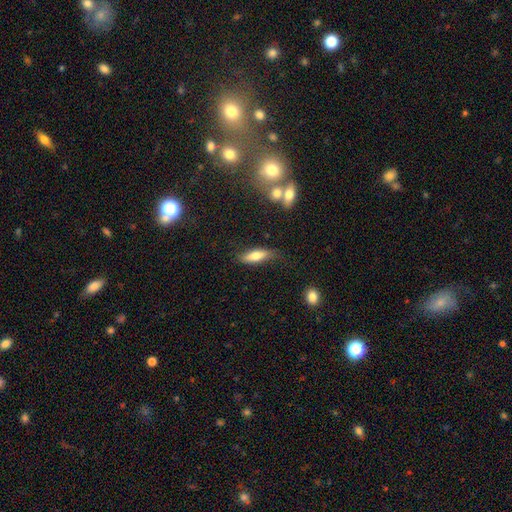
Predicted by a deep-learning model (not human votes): smooth 71%, featured or disk 22%, star or artifact 7%. Down the decision tree: how rounded — in between (54%); merging — none (68%).